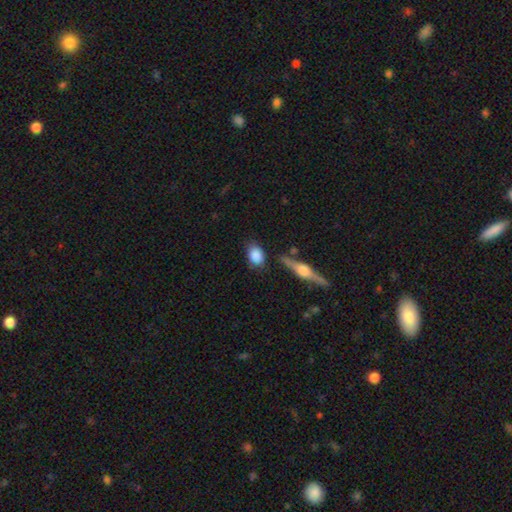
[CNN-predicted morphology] This appears to be a smooth galaxy with no disk features (83%) that is in between round and cigar-shaped (73%). Merging: none (72%).